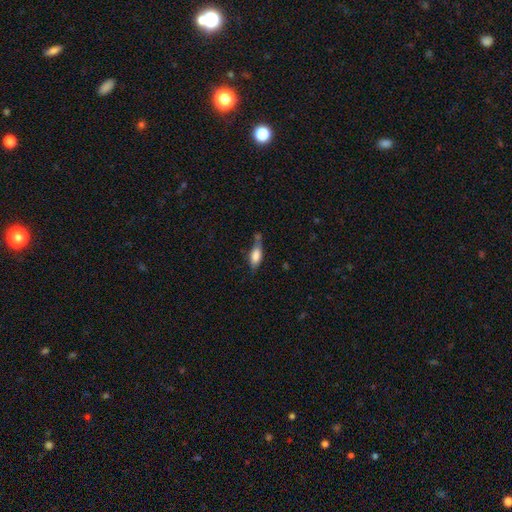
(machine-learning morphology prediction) Q: Smooth or featured?
A: smooth (70%); runner-up: featured or disk (23%)
Q: How rounded?
A: in between (75%); runner-up: cigar-shaped (22%)
Q: Merging?
A: none (49%); runner-up: minor disturbance (30%)